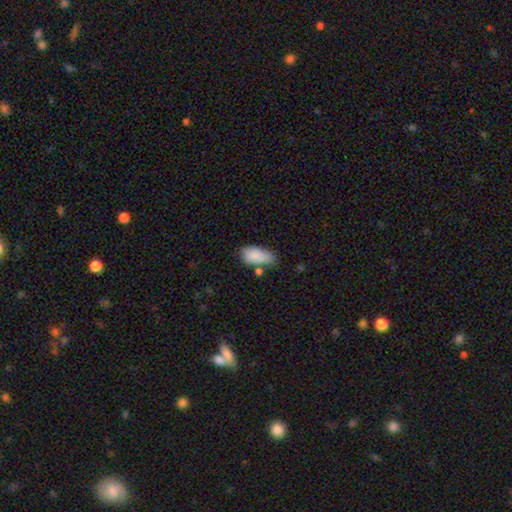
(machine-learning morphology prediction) Q: Smooth or featured?
A: smooth (86%); runner-up: star or artifact (7%)
Q: How rounded?
A: in between (91%); runner-up: cigar-shaped (6%)
Q: Merging?
A: none (53%); runner-up: minor disturbance (27%)